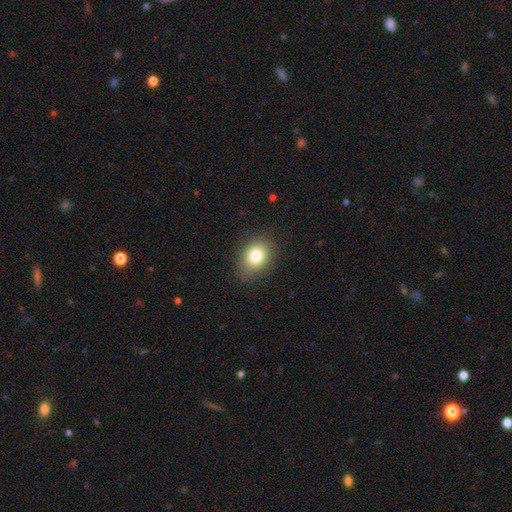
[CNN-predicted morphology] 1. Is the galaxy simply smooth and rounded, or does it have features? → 79% smooth, 11% featured or disk, 10% star or artifact.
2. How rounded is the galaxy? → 66% in between, 33% round, 1% cigar-shaped.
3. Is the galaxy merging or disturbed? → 83% none, 12% minor disturbance, 4% major disturbance, 1% merger.